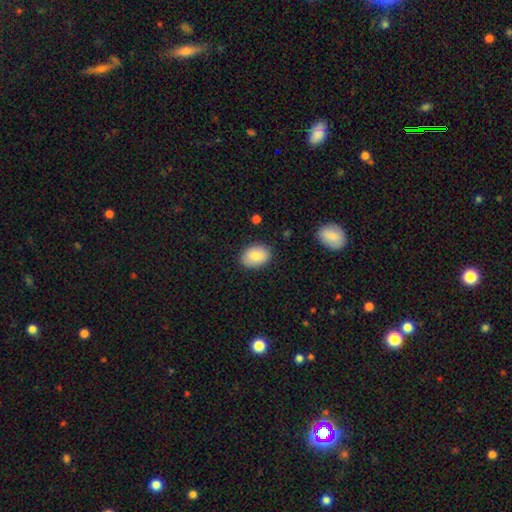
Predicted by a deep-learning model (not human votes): This appears to be a smooth galaxy with no disk features (82%) that is in between round and cigar-shaped (75%). Merging: none (86%).